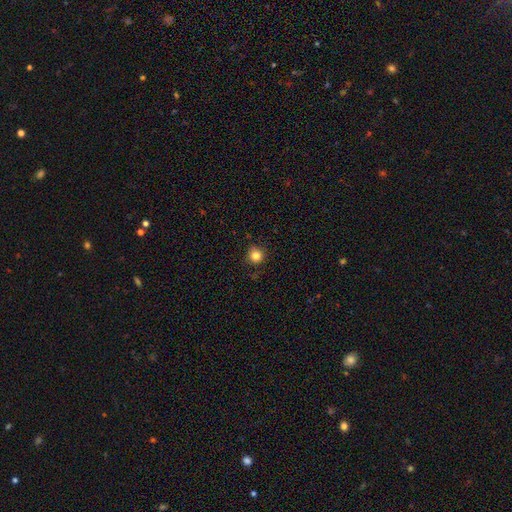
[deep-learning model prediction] Q: Smooth or featured?
A: smooth (83%); runner-up: star or artifact (12%)
Q: How rounded?
A: round (94%); runner-up: in between (5%)
Q: Merging?
A: none (88%); runner-up: minor disturbance (9%)